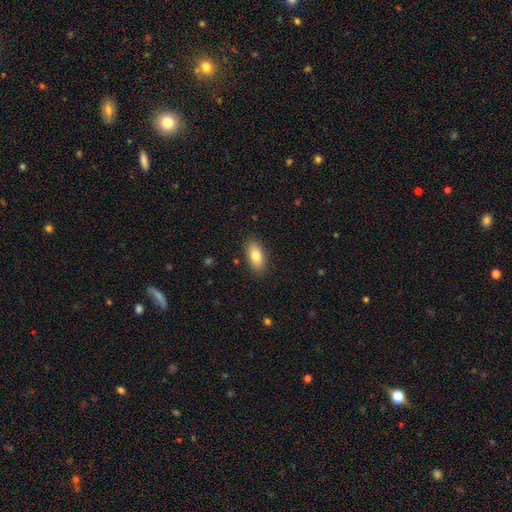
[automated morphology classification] This appears to be a smooth galaxy with no disk features (82%) that is in between round and cigar-shaped (89%). Merging: none (87%).